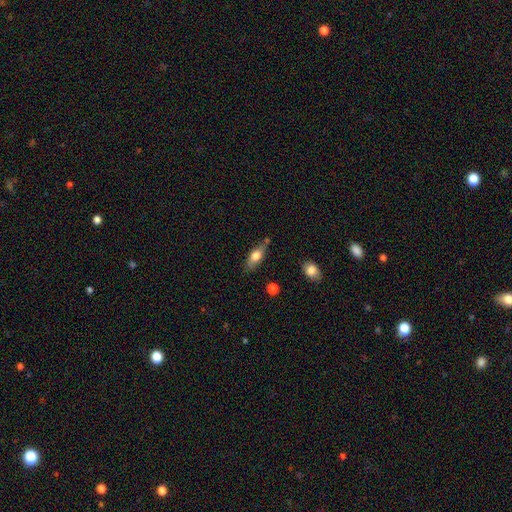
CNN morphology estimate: type=smooth (68%); roundness=in between (69%); merging=none (69%).